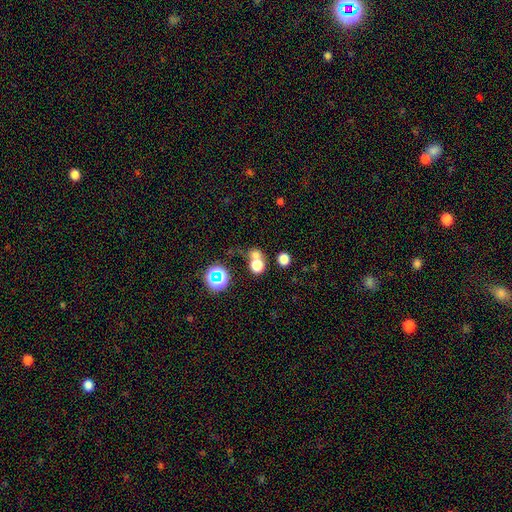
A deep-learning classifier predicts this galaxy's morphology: Smooth or featured? smooth (66%)
How rounded? round (78%)
Merging? none (45%)